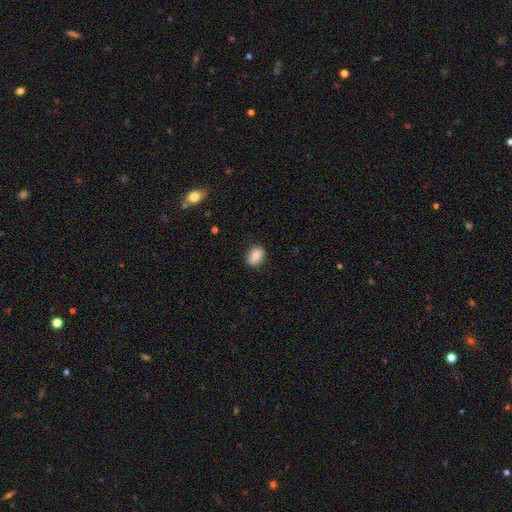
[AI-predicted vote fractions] This appears to be a smooth galaxy with no disk features (82%) that is in between round and cigar-shaped (65%). Merging: none (80%).